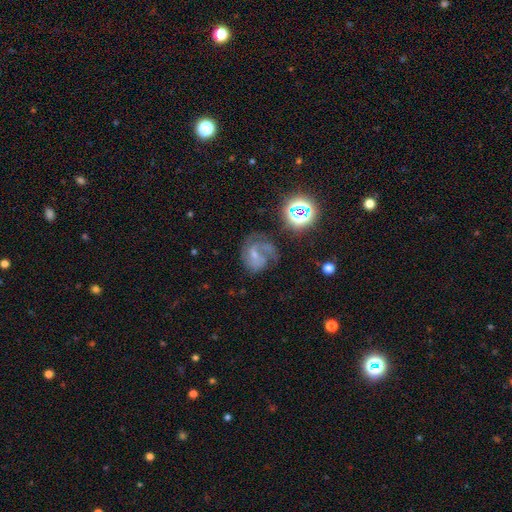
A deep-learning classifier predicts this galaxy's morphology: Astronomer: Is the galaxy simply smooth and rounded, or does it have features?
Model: featured or disk — 63%.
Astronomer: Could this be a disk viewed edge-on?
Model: no — 98%.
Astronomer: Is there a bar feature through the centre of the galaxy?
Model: no — 53% (runner-up: weak, 37%).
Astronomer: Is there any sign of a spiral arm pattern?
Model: yes — 82%.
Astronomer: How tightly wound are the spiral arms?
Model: medium — 44% (runner-up: tight, 28%).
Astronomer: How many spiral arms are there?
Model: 2 — 35% (runner-up: 1, 31%).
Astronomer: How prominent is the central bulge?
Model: small — 57%.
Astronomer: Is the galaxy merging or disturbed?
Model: none — 37% (runner-up: major disturbance, 29%).